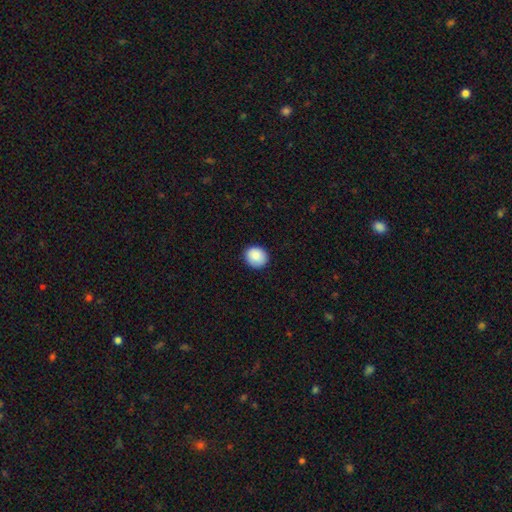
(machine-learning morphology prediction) Smooth or featured?
  - smooth: 87% *
  - star or artifact: 7%
  - featured or disk: 5%
How rounded?
  - round: 82% *
  - in between: 17%
  - cigar-shaped: 1%
Merging?
  - none: 90% *
  - minor disturbance: 8%
  - major disturbance: 2%
  - merger: 1%